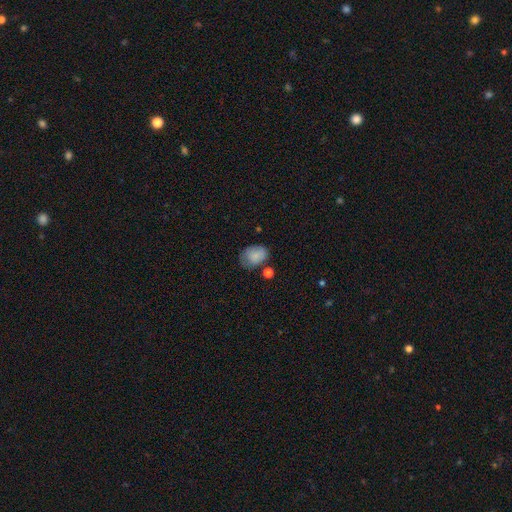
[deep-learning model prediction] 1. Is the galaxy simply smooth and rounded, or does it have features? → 82% smooth, 9% featured or disk, 9% star or artifact.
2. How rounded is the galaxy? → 72% in between, 27% round, 1% cigar-shaped.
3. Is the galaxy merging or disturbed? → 54% none, 30% minor disturbance, 10% major disturbance, 6% merger.